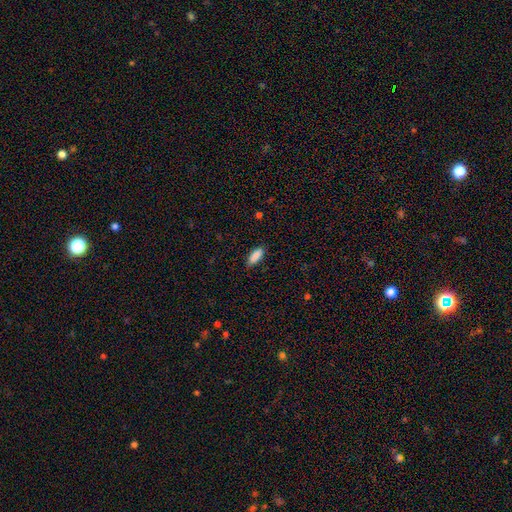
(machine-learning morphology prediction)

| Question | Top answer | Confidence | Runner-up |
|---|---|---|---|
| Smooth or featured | smooth | 89% | star or artifact (7%) |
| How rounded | in between | 72% | cigar-shaped (26%) |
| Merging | none | 86% | minor disturbance (11%) |